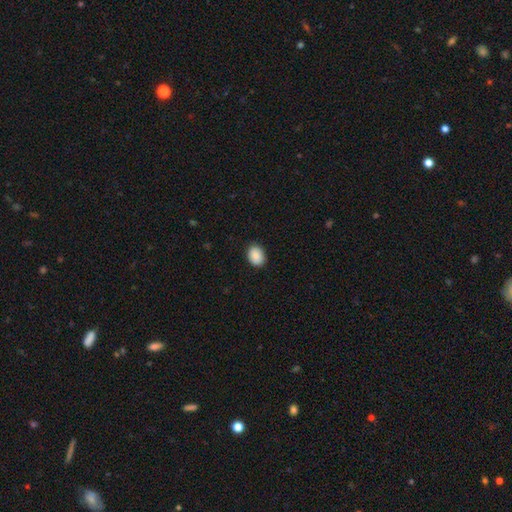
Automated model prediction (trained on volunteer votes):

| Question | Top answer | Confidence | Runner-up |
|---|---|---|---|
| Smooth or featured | smooth | 90% | star or artifact (7%) |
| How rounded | in between | 69% | round (30%) |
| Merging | none | 87% | minor disturbance (10%) |